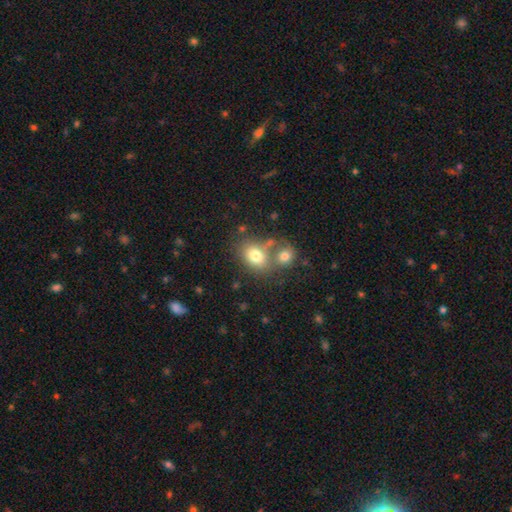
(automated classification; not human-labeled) smooth-or-featured: smooth: 76% | featured or disk: 14% | star or artifact: 10%
  how-rounded: in between: 65% | round: 34% | cigar-shaped: 1%
  merging: none: 48% | merger: 33% | minor disturbance: 12% | major disturbance: 6%